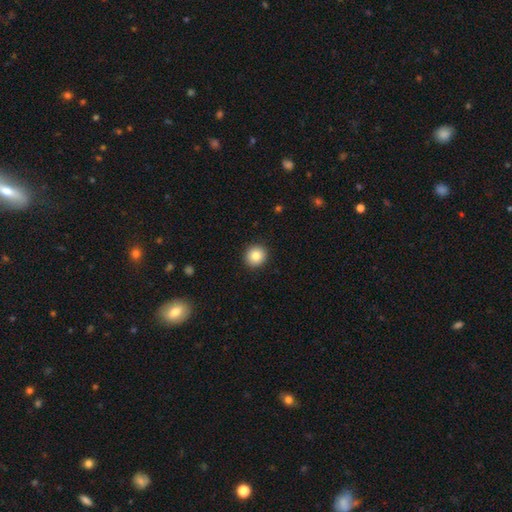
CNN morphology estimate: This appears to be a smooth galaxy with no disk features (84%) that is round (93%). Merging: none (93%).